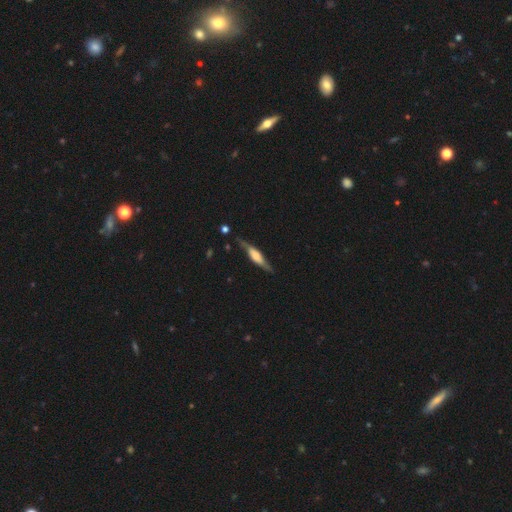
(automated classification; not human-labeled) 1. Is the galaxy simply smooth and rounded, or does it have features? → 62% featured or disk, 32% smooth, 6% star or artifact.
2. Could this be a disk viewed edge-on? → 86% yes, 14% no.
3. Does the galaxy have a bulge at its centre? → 49% rounded, 42% boxy, 8% none.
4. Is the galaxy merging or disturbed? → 71% none, 20% minor disturbance, 6% major disturbance, 3% merger.